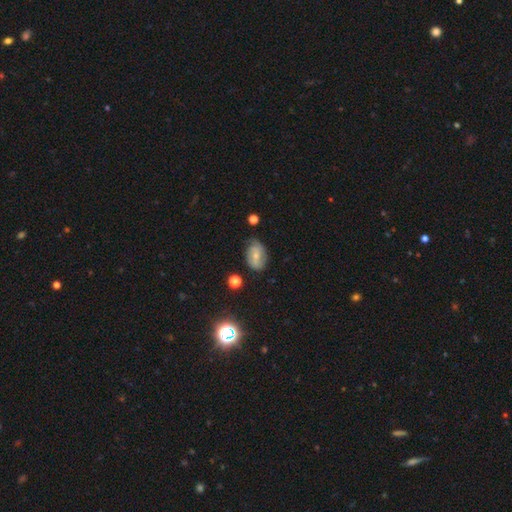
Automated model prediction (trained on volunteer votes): Smooth or featured? featured or disk (45%, tied with smooth)
Merging? none (63%)